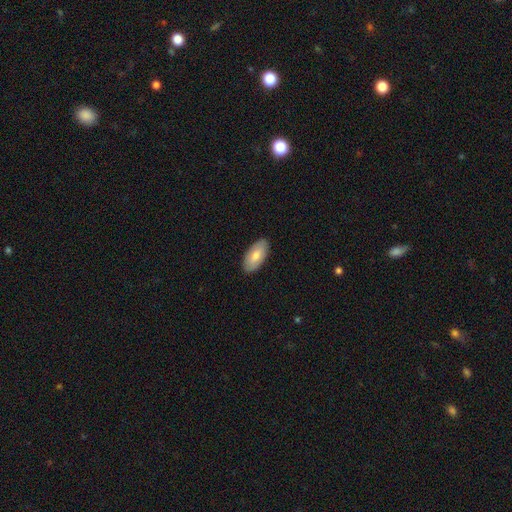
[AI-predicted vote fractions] smooth 73%, featured or disk 22%, star or artifact 6%. Down the decision tree: how rounded — in between (93%); merging — none (88%).